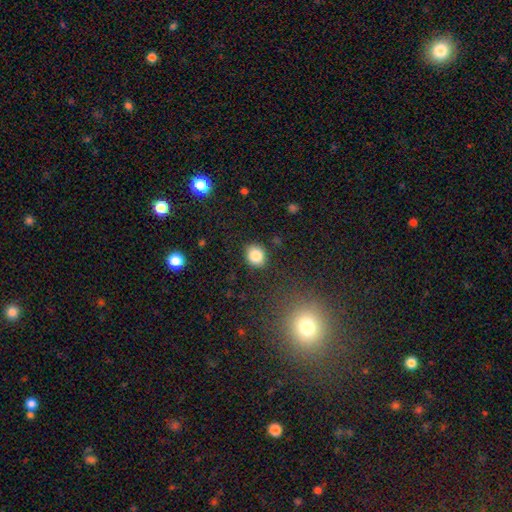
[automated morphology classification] Smooth or featured: smooth — 84% (star or artifact — 10%)
How rounded: round — 66% (in between — 33%)
Merging: none — 86% (minor disturbance — 10%)